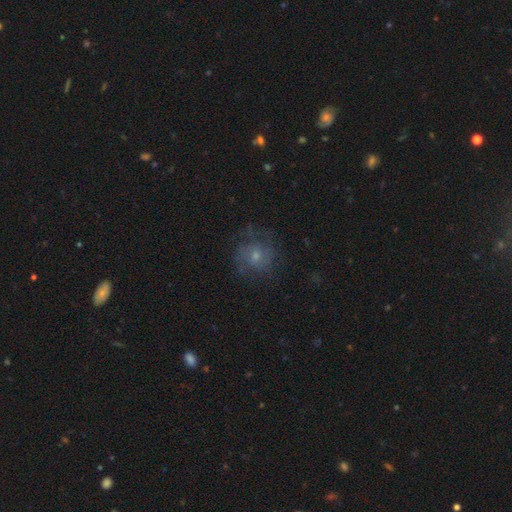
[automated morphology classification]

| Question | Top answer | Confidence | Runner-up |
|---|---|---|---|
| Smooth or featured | featured or disk | 48% | smooth (34%) |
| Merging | none | 71% | minor disturbance (16%) |